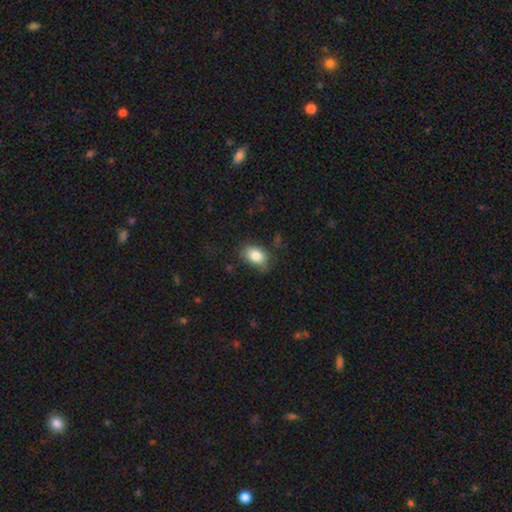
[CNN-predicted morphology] smooth 84%, featured or disk 9%, star or artifact 8%. Down the decision tree: how rounded — in between (85%); merging — none (70%).